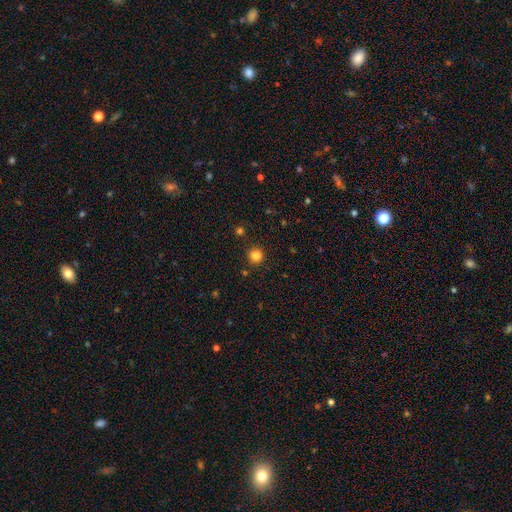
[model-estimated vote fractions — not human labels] smooth-or-featured: smooth: 82% | star or artifact: 14% | featured or disk: 4%
  how-rounded: round: 89% | in between: 10% | cigar-shaped: 1%
  merging: none: 87% | minor disturbance: 8% | merger: 3% | major disturbance: 3%